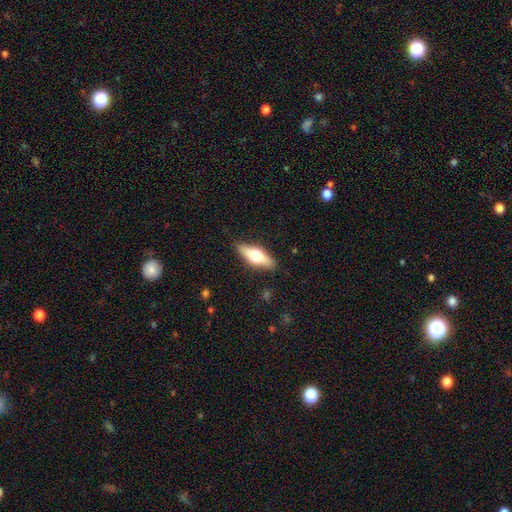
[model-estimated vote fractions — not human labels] This is possibly a smooth galaxy (48%). Merging: clearly none (87%).